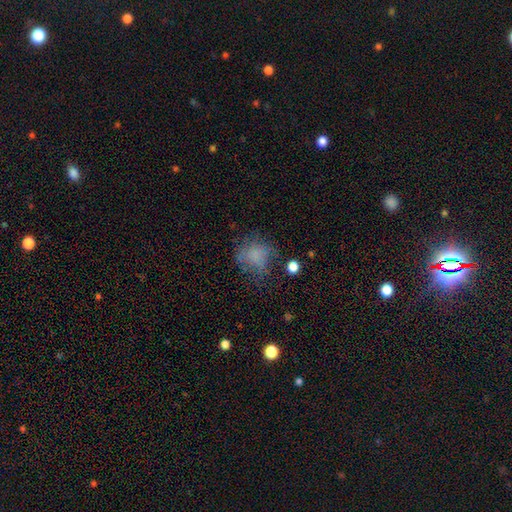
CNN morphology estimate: This is likely a smooth galaxy (67%). How rounded: likely round (68%). Merging: possibly none (51%).